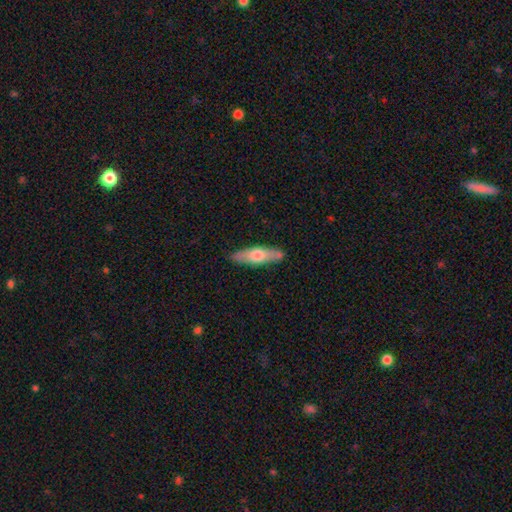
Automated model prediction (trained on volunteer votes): Smooth or featured? Predicted: smooth (p=0.53). How rounded? Predicted: cigar-shaped (p=0.63). Merging? Predicted: none (p=0.84).